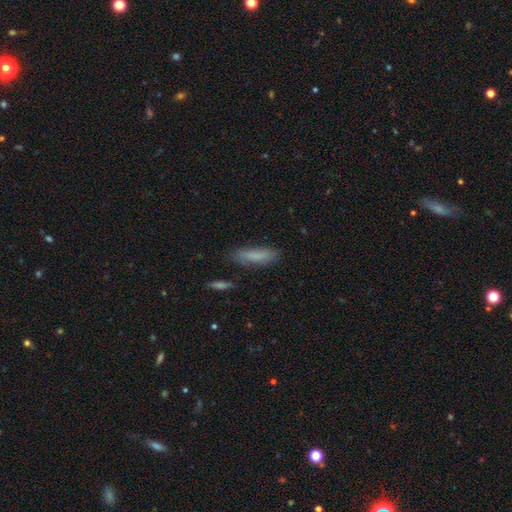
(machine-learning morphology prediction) Smooth or featured: smooth — 80% (featured or disk — 12%)
How rounded: cigar-shaped — 62% (in between — 36%)
Merging: none — 77% (minor disturbance — 17%)